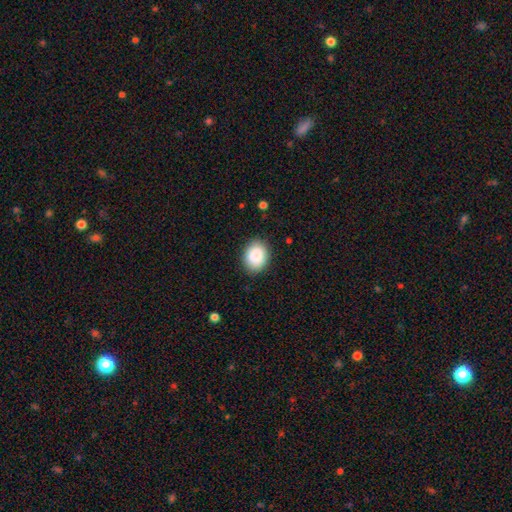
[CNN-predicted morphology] The model was most divided on "how rounded": in between: 59%, round: 41%, cigar-shaped: 1%. More confident: smooth or featured — smooth (88%); merging — none (86%).